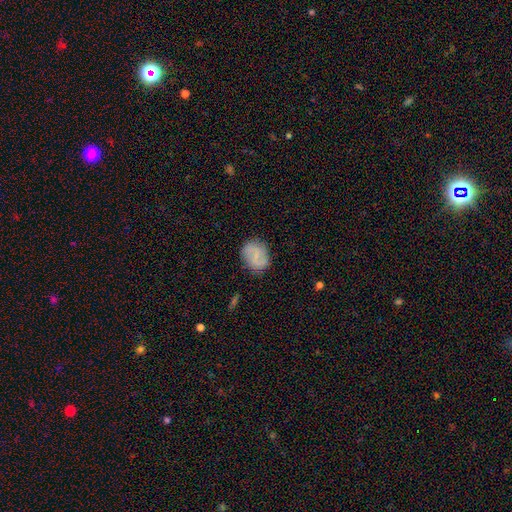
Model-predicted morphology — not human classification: featured or disk 47%, smooth 45%, star or artifact 8%. Down the decision tree: merging — none (81%).